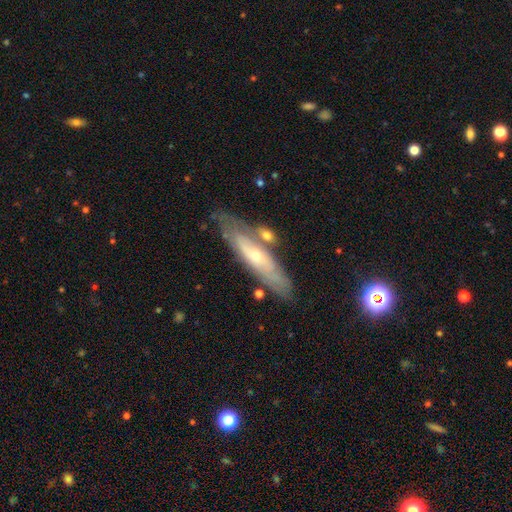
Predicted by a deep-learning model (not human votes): A featured or disk galaxy (64%).

Vote fractions:
- Smooth or featured? featured or disk: 64% / smooth: 29% / star or artifact: 7%
- Edge-on disk? no: 53% / yes: 47%
- Merging? none: 68% / minor disturbance: 18% / merger: 9% / major disturbance: 5%